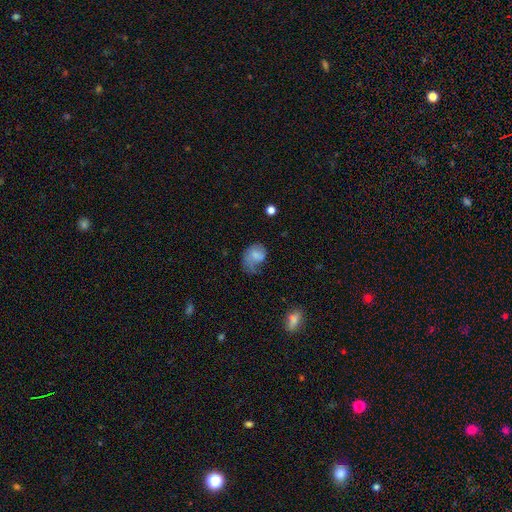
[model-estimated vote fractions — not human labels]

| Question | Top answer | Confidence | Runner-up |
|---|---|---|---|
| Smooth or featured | smooth | 55% | featured or disk (36%) |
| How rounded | in between | 64% | round (35%) |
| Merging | major disturbance | 41% | minor disturbance (29%) |